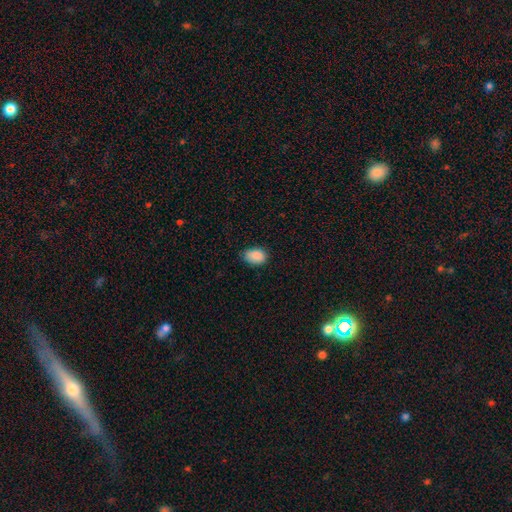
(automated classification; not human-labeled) The model was most divided on "merging": none: 69%, minor disturbance: 26%, major disturbance: 4%, merger: 1%. More confident: smooth or featured — smooth (89%); how rounded — in between (84%).